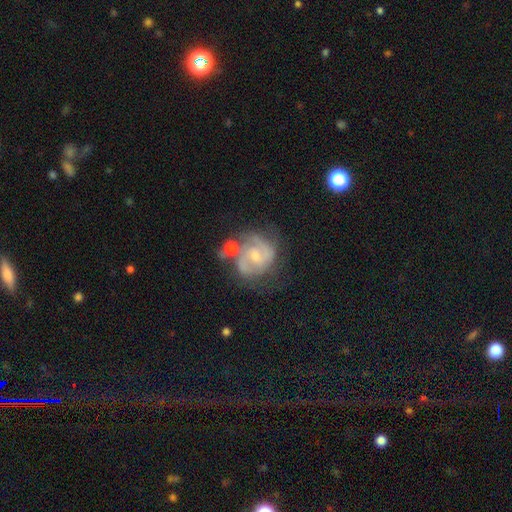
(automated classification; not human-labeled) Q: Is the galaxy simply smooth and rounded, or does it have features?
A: featured or disk — 84%.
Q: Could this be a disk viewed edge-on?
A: no — 98%.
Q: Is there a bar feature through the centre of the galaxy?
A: no — 51%.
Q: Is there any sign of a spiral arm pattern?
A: yes — 95%.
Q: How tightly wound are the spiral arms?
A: medium — 45%.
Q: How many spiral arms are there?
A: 2 — 60%.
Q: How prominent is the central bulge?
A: small — 59%.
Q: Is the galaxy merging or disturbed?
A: none — 56%.